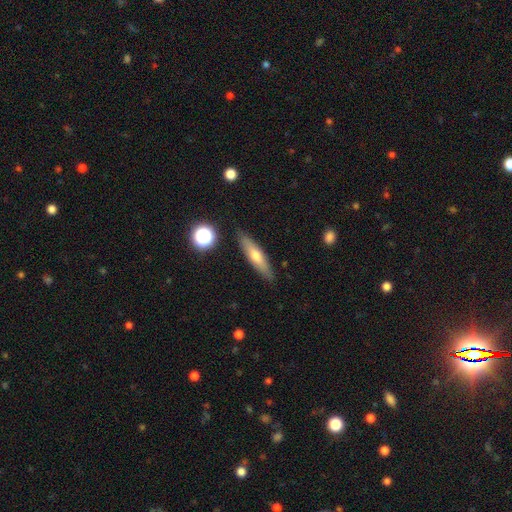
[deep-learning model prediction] A smooth galaxy with no disk features (54%) that is cigar-shaped (77%). Merging: none (88%).